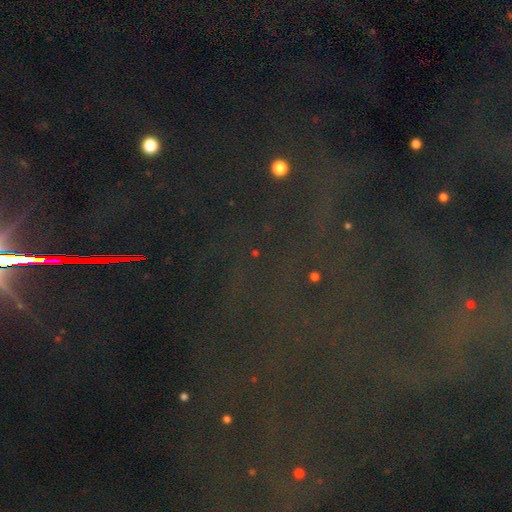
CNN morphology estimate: Smooth or featured? star or artifact (86%)